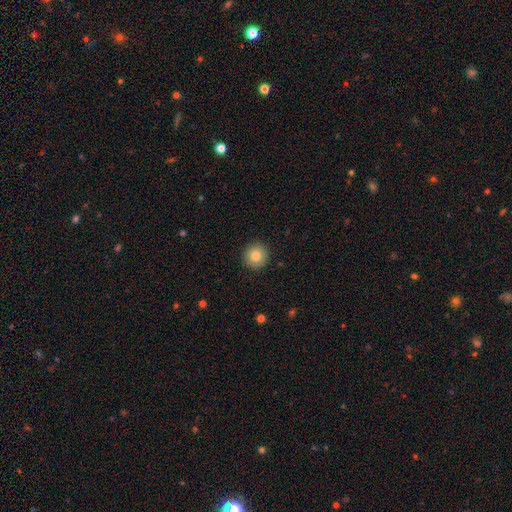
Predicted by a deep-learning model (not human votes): A smooth galaxy with no disk features (84%) that is round (94%).

Vote fractions:
- Smooth or featured? smooth: 84% / star or artifact: 9% / featured or disk: 7%
- How rounded? round: 94% / in between: 5% / cigar-shaped: 1%
- Merging? none: 91% / minor disturbance: 6% / major disturbance: 2% / merger: 1%